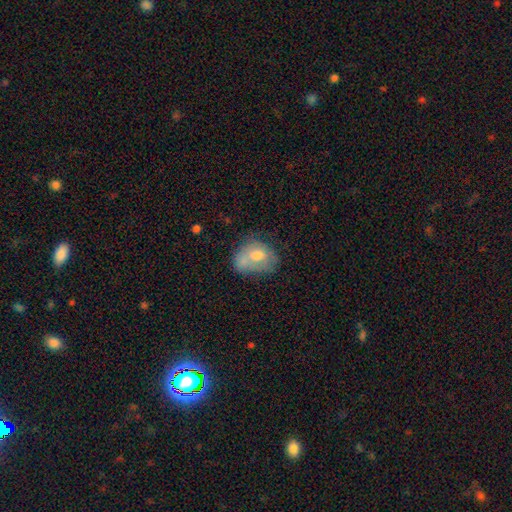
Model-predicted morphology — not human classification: Q: Smooth or featured?
A: smooth (61%); runner-up: featured or disk (30%)
Q: How rounded?
A: in between (60%); runner-up: round (39%)
Q: Merging?
A: none (32%); runner-up: merger (27%)